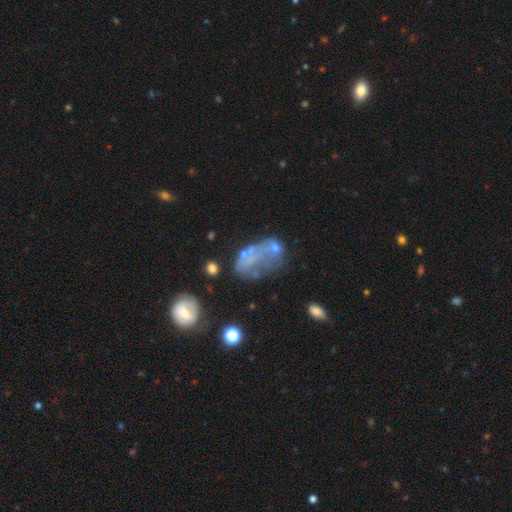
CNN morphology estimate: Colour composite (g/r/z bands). It shows a featured or disk galaxy (44%). Merging: major disturbance (32%).